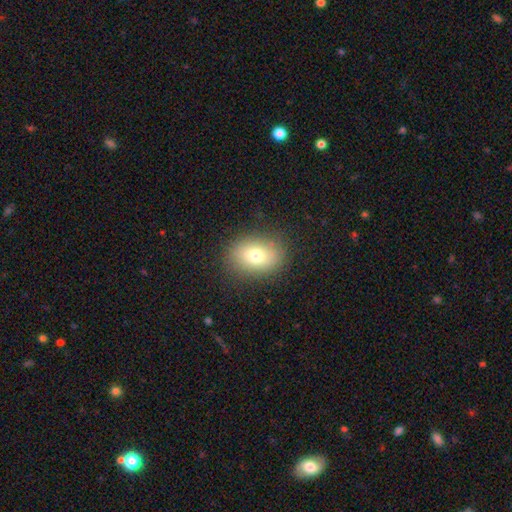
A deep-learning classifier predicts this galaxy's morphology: Smooth or featured? smooth (76%)
How rounded? in between (65%)
Merging? none (86%)